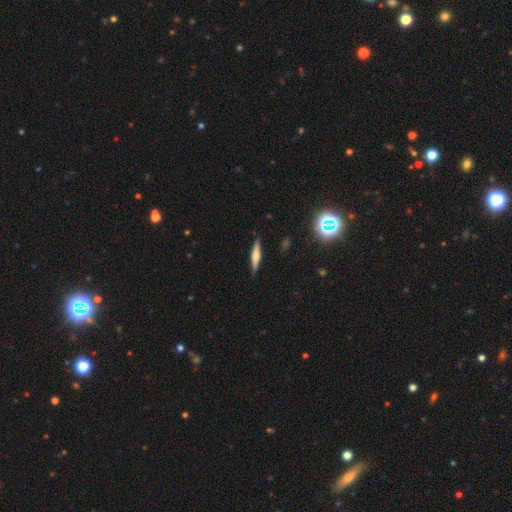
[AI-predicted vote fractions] Smooth or featured?
  - featured or disk: 48% *
  - smooth: 44%
  - star or artifact: 8%
Merging?
  - none: 89% *
  - minor disturbance: 8%
  - major disturbance: 2%
  - merger: 1%